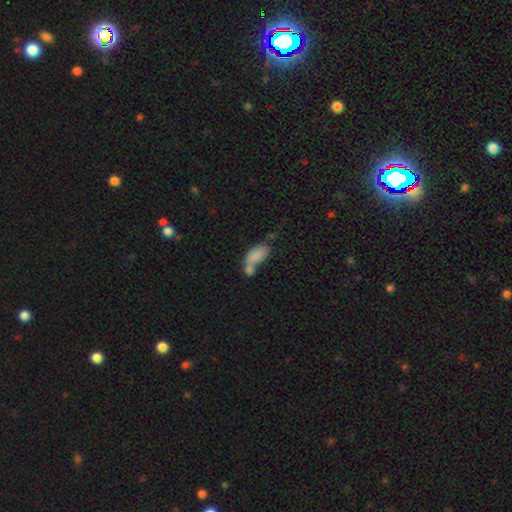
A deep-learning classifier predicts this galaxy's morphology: This is clearly a smooth galaxy (81%). How rounded: clearly in between (90%). Merging: possibly merger (55%).